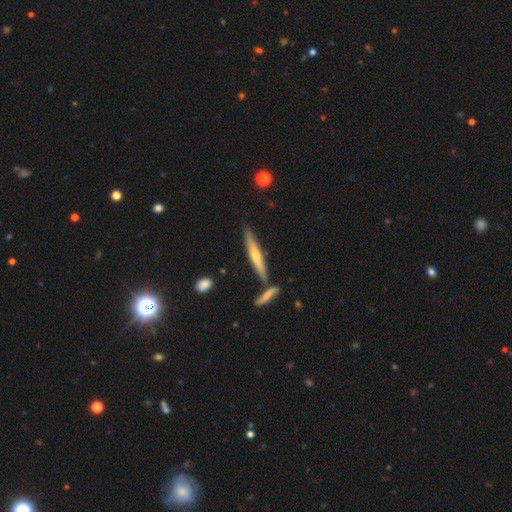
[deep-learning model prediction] Smooth or featured? Predicted: featured or disk (p=0.55). Edge-on disk? Predicted: yes (p=0.93). Edge-on bulge? Predicted: rounded (p=0.73). Merging? Predicted: none (p=0.75).